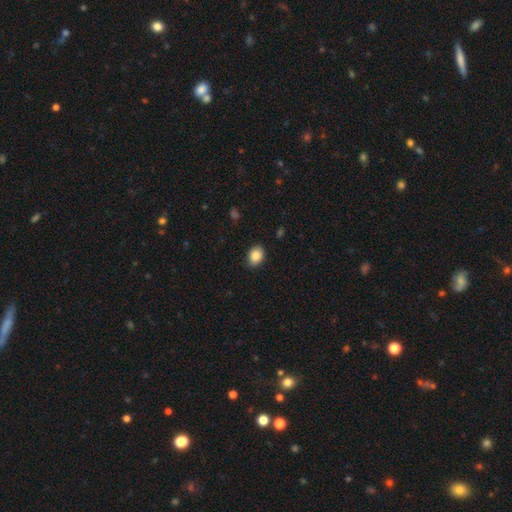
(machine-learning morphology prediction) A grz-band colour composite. It shows a smooth galaxy with no disk features (87%) that is in between round and cigar-shaped (66%). Merging: none (87%).